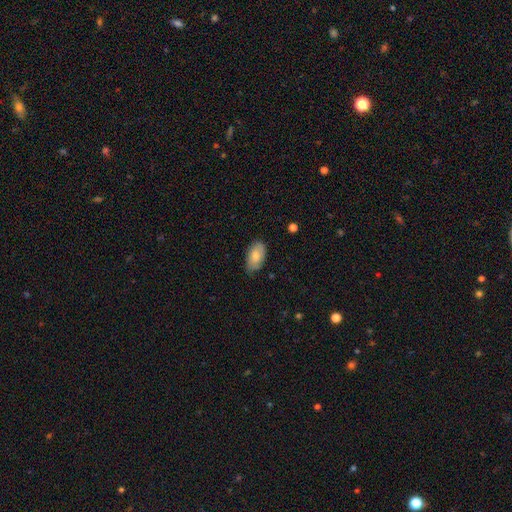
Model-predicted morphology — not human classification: Smooth or featured? Predicted: smooth (p=0.77). How rounded? Predicted: in between (p=0.94). Merging? Predicted: none (p=0.73).